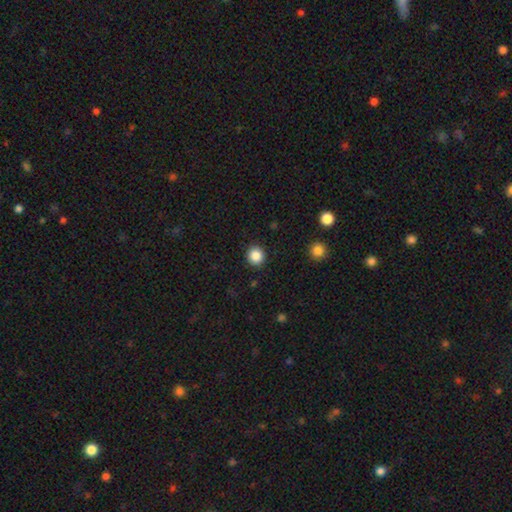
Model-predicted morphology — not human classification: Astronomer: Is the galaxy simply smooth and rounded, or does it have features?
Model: smooth — 87%.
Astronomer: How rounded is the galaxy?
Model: round — 88%.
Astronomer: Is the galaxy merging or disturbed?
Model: none — 91%.